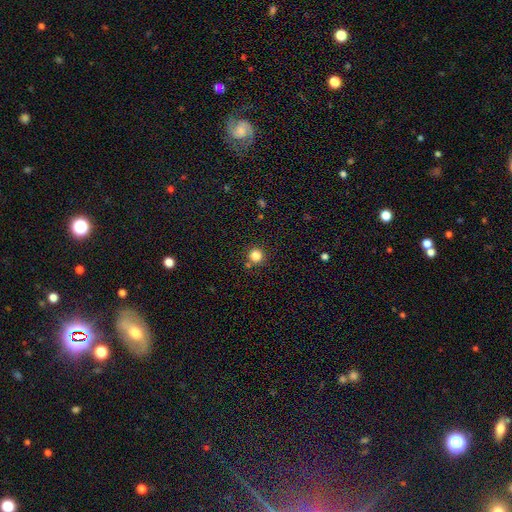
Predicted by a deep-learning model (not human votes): This appears to be a smooth galaxy with no disk features (83%) that is round (95%). Merging: none (85%).